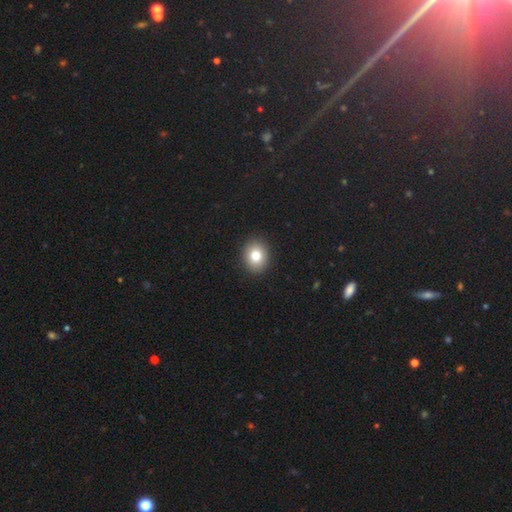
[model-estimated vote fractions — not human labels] This is clearly a smooth galaxy (80%). How rounded: likely round (60%). Merging: clearly none (91%).